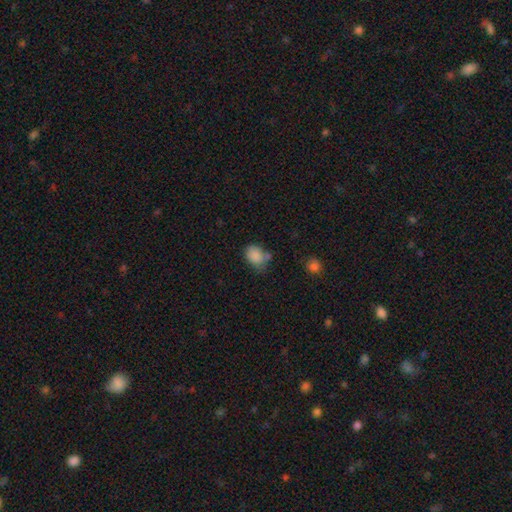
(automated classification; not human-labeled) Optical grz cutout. It shows a smooth galaxy with no disk features (85%) that is in between round and cigar-shaped (61%). Merging: none (52%).